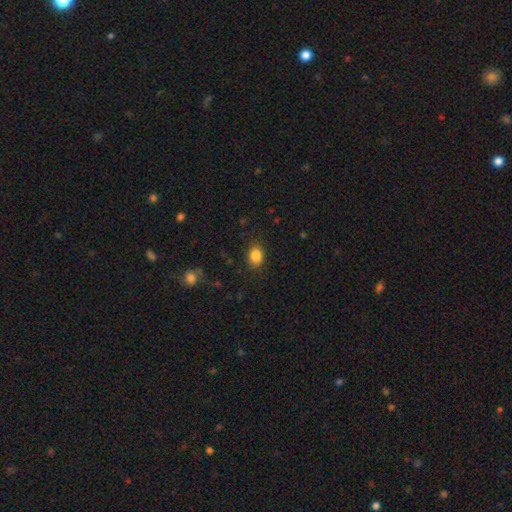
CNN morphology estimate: Smooth or featured: smooth — 85% (star or artifact — 10%)
How rounded: in between — 61% (round — 38%)
Merging: none — 84% (minor disturbance — 11%)